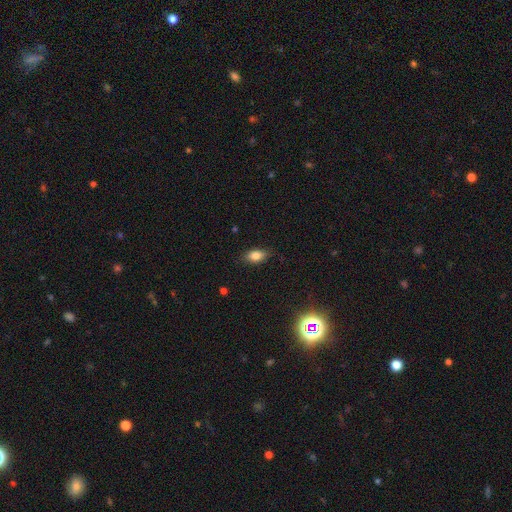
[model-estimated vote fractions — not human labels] Smooth or featured?
  - smooth: 82% *
  - star or artifact: 10%
  - featured or disk: 8%
How rounded?
  - in between: 86% *
  - round: 9%
  - cigar-shaped: 5%
Merging?
  - none: 82% *
  - minor disturbance: 14%
  - major disturbance: 3%
  - merger: 1%